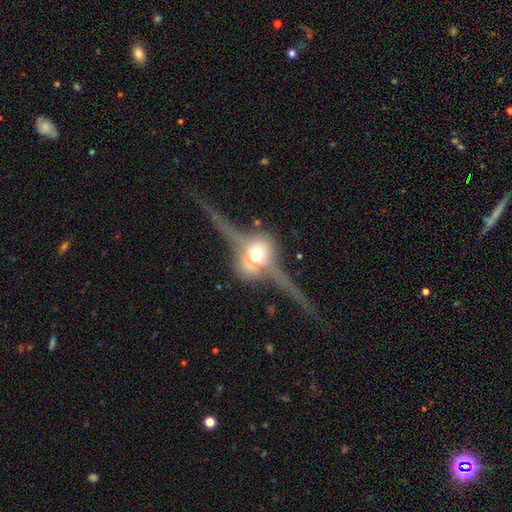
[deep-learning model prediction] Smooth or featured? Predicted: featured or disk (p=0.86). Edge-on disk? Predicted: yes (p=0.93). Edge-on bulge? Predicted: rounded (p=0.96). Merging? Predicted: none (p=0.73).